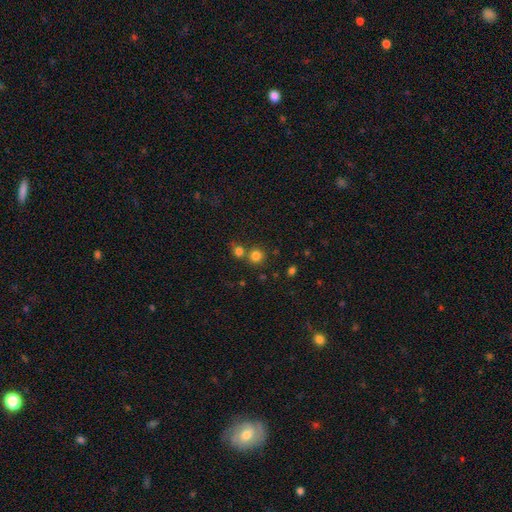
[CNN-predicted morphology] Smooth or featured? Predicted: smooth (p=0.79). How rounded? Predicted: round (p=0.90). Merging? Predicted: none (p=0.64).